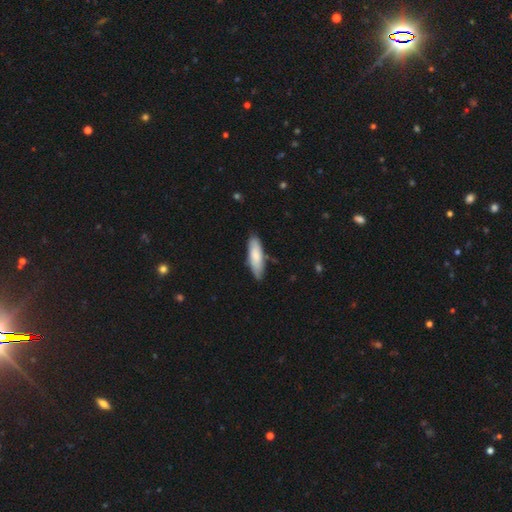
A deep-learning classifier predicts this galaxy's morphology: smooth-or-featured: smooth: 74% | featured or disk: 20% | star or artifact: 5%
  how-rounded: cigar-shaped: 52% | in between: 46% | round: 1%
  merging: none: 79% | minor disturbance: 16% | major disturbance: 3% | merger: 2%